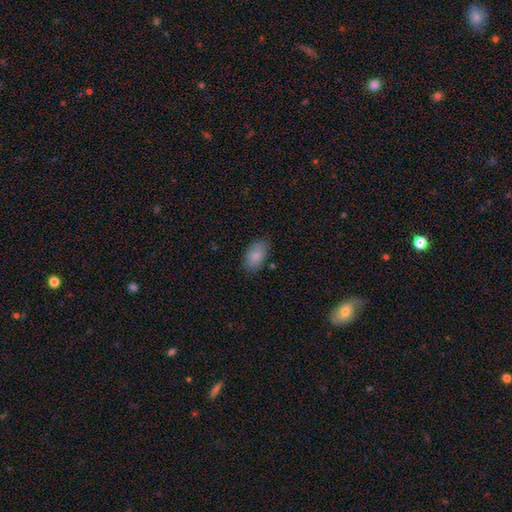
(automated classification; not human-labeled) Smooth or featured?
  - smooth: 85% *
  - featured or disk: 8%
  - star or artifact: 7%
How rounded?
  - in between: 92% *
  - round: 6%
  - cigar-shaped: 2%
Merging?
  - none: 81% *
  - minor disturbance: 14%
  - major disturbance: 3%
  - merger: 2%